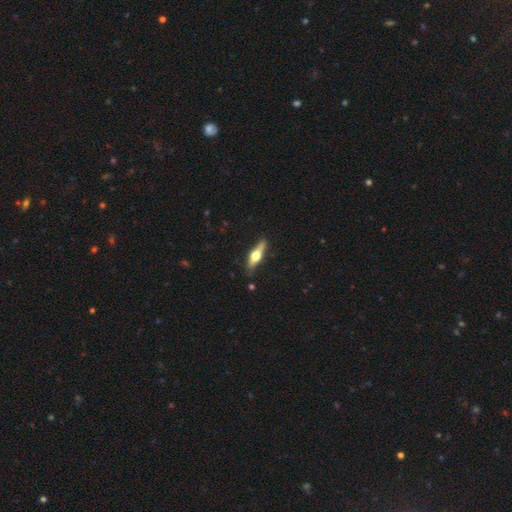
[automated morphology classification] This appears to be a featured or disk galaxy (60%) viewed edge-on (93%) with a rounded central bulge (95%). Merging: none (83%).